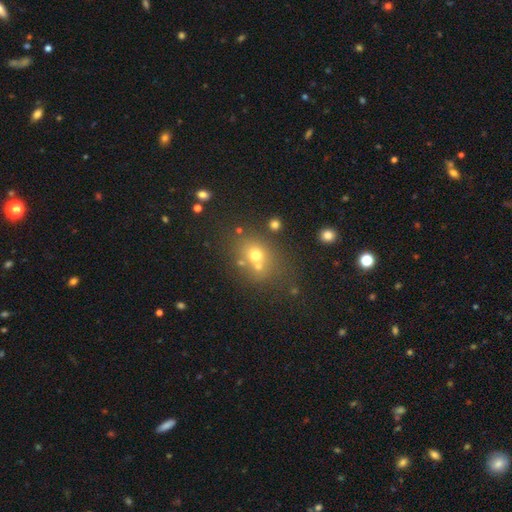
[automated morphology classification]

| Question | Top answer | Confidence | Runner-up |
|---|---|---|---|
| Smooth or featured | smooth | 63% | star or artifact (21%) |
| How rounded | round | 63% | in between (36%) |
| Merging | none | 55% | merger (27%) |